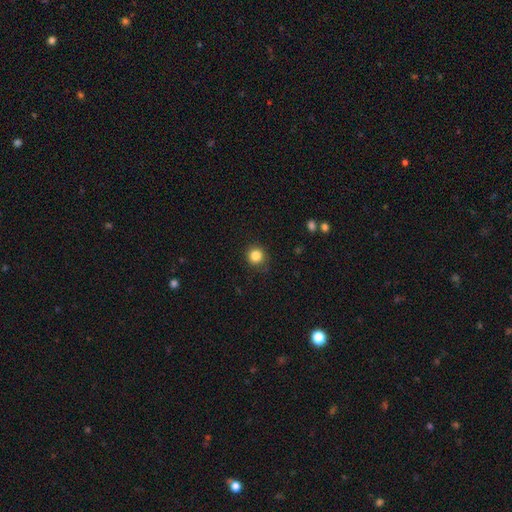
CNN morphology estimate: A smooth galaxy with no disk features (85%) that is round (93%). Merging: none (86%).